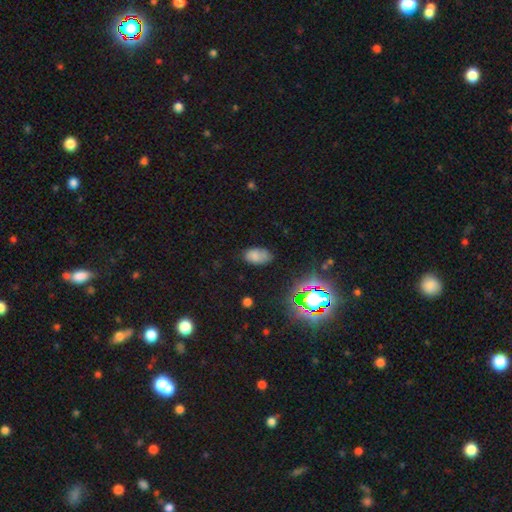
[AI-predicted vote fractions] This is likely a smooth galaxy (72%). How rounded: clearly in between (92%). Merging: likely none (63%).